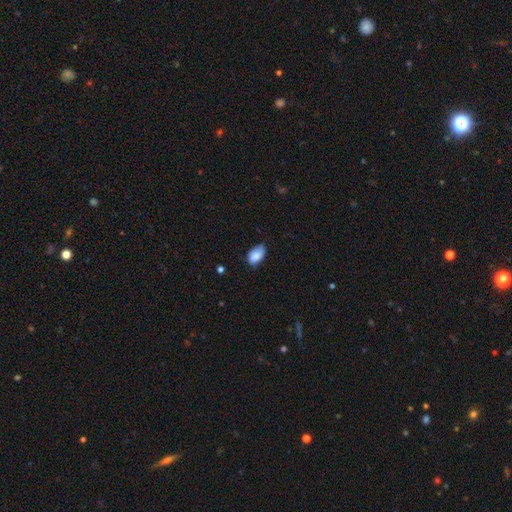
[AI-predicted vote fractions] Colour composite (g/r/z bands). It shows a smooth galaxy with no disk features (80%) that is in between round and cigar-shaped (92%). Merging: none (53%).